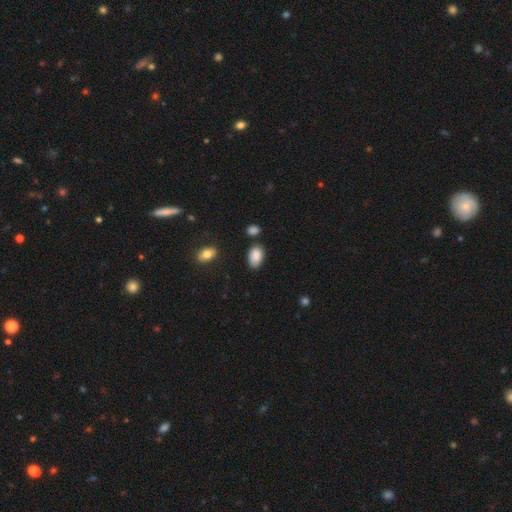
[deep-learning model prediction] A smooth galaxy with no disk features (88%) that is in between round and cigar-shaped (92%). Merging: none (72%).